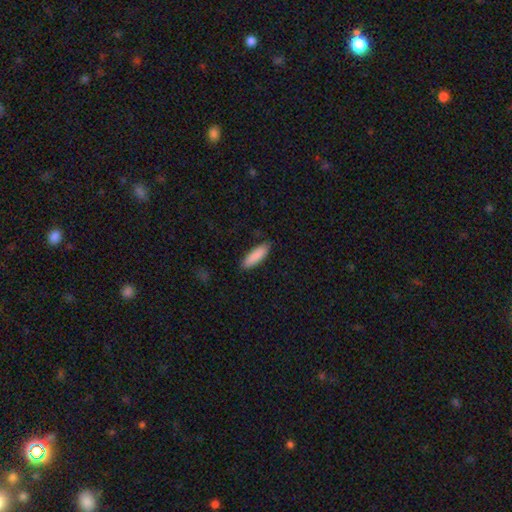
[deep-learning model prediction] smooth_or_featured: smooth (p=0.89) [alt: star or artifact p=0.06]
how_rounded: in between (p=0.50) [alt: cigar-shaped p=0.49]
merging: none (p=0.85) [alt: minor disturbance p=0.12]